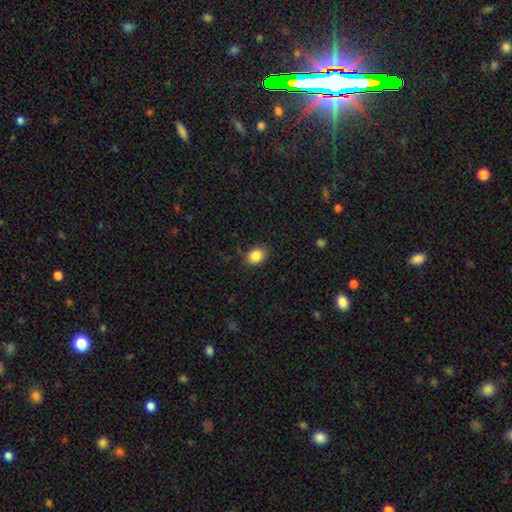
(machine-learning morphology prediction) smooth_or_featured: smooth (p=0.86) [alt: star or artifact p=0.09]
how_rounded: in between (p=0.60) [alt: round p=0.39]
merging: none (p=0.86) [alt: minor disturbance p=0.10]